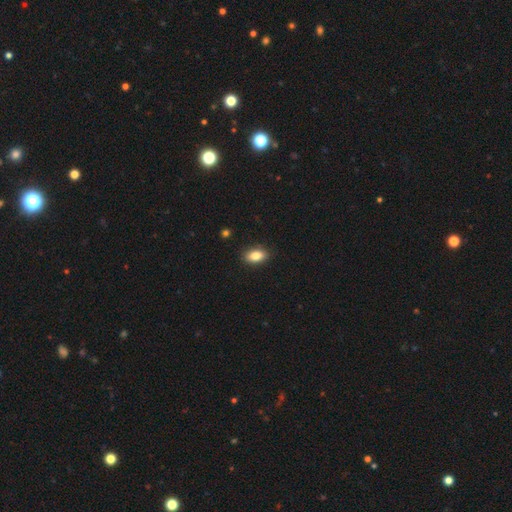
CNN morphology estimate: This is clearly a smooth galaxy (84%). How rounded: clearly in between (88%). Merging: clearly none (88%).